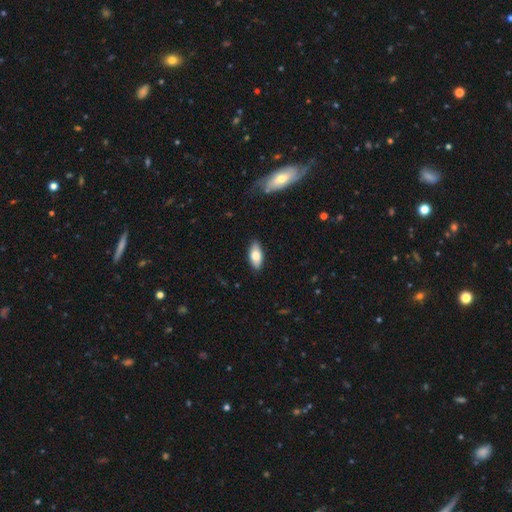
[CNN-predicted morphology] This is likely a smooth galaxy (75%). How rounded: clearly in between (87%). Merging: clearly none (87%).